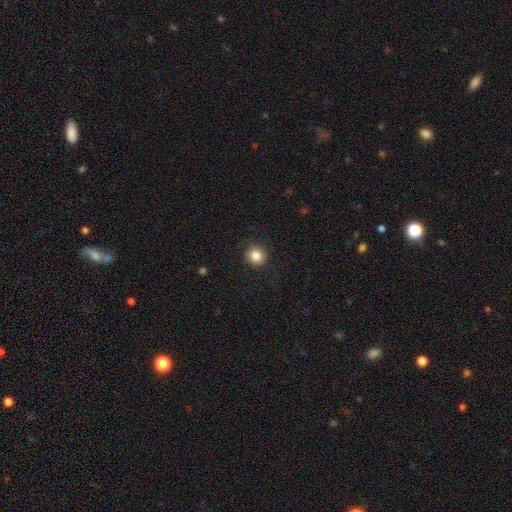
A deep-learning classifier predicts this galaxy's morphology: The model was most divided on "smooth or featured": smooth: 85%, star or artifact: 10%, featured or disk: 5%. More confident: how rounded — round (92%); merging — none (88%).